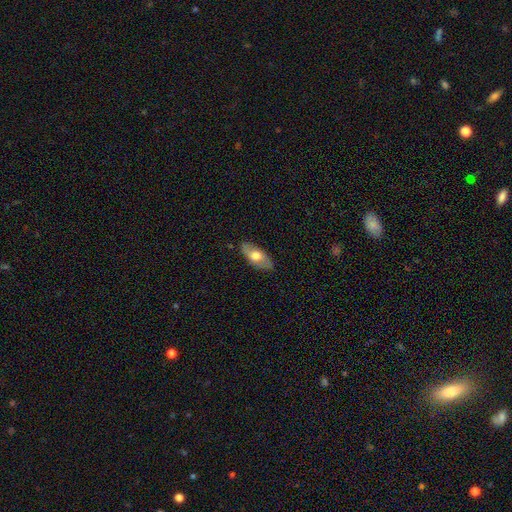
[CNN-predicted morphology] Smooth or featured? Predicted: smooth (p=0.60). How rounded? Predicted: in between (p=0.87). Merging? Predicted: none (p=0.83).